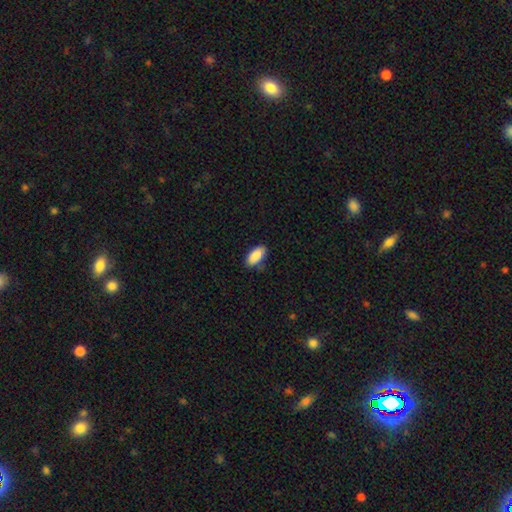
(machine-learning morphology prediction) Smooth or featured? smooth (89%)
How rounded? in between (92%)
Merging? none (81%)